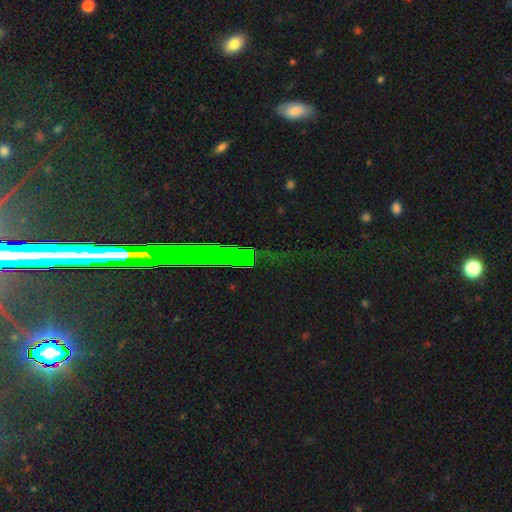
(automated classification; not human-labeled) smooth-or-featured: star or artifact: 72% | featured or disk: 17% | smooth: 11%